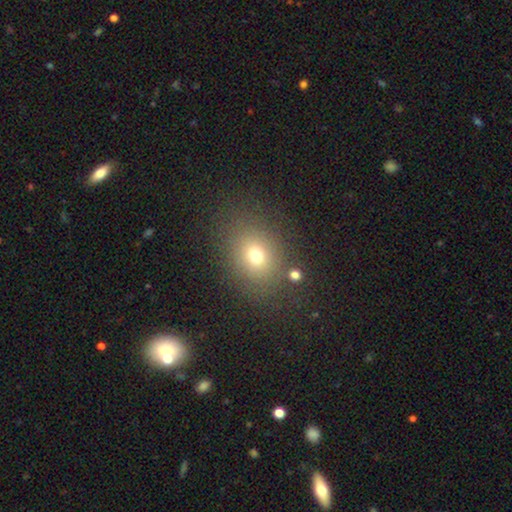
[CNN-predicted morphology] Overall: smooth (69%). How rounded: round (56%; in between 43%). Merging: none (81%).